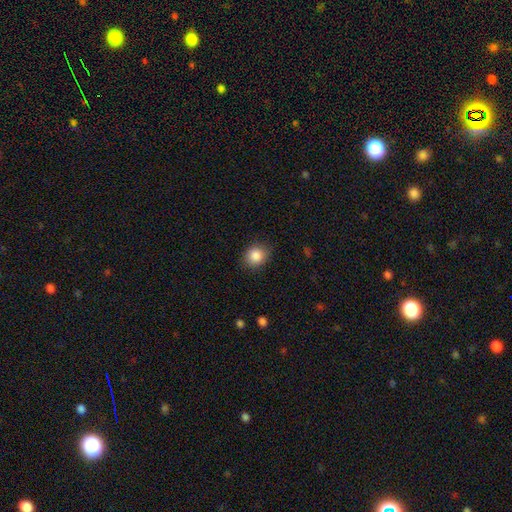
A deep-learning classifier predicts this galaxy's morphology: smooth 86%, star or artifact 9%, featured or disk 5%. Down the decision tree: how rounded — round (72%); merging — none (86%).